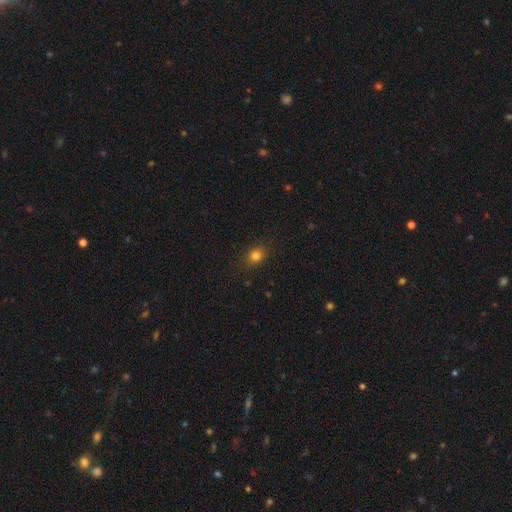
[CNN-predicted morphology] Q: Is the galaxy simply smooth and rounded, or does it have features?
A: smooth — 80%.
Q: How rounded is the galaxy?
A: round — 62%.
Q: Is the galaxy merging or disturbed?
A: none — 85%.